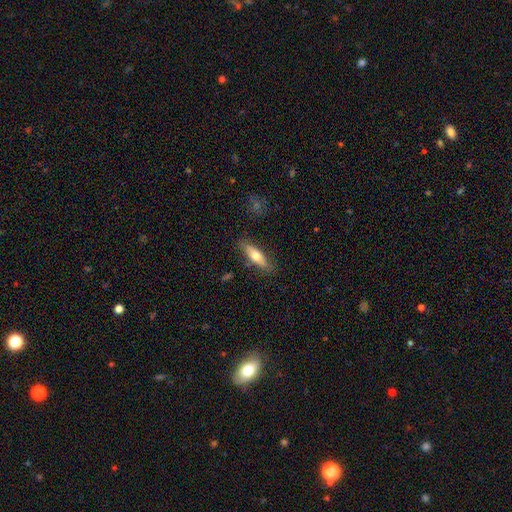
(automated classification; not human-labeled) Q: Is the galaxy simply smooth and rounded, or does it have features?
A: smooth — 62%.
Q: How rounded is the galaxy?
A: cigar-shaped — 55%.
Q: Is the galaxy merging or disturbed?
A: none — 83%.